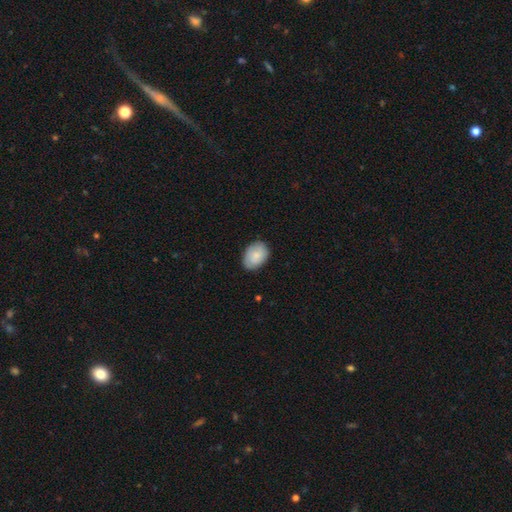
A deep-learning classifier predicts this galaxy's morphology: type=smooth (83%); roundness=in between (81%); merging=none (83%).